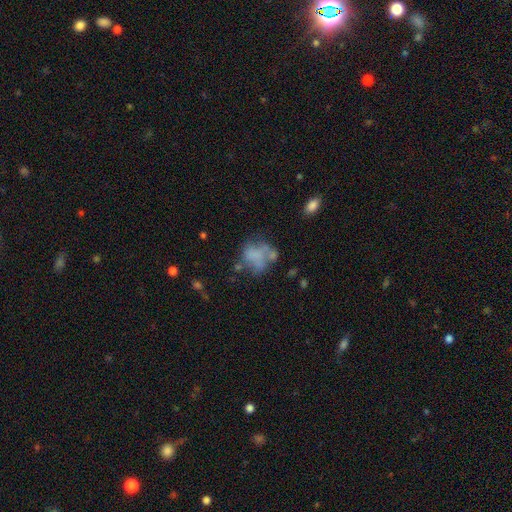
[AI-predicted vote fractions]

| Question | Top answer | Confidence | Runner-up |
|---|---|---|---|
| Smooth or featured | smooth | 48% | featured or disk (40%) |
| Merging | none | 36% | major disturbance (27%) |